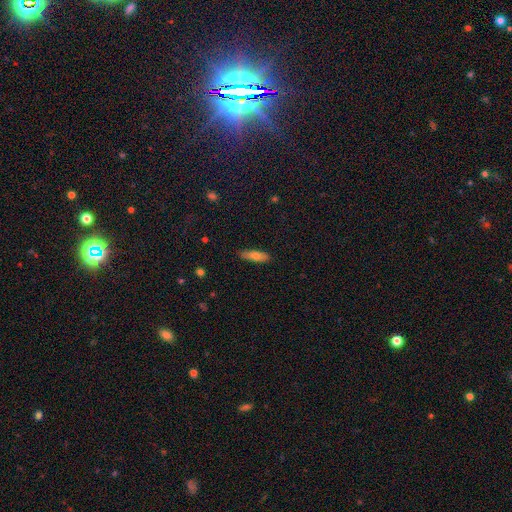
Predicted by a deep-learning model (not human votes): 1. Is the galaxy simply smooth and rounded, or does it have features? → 70% smooth, 22% featured or disk, 7% star or artifact.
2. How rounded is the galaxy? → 56% cigar-shaped, 42% in between, 2% round.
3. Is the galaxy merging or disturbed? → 85% none, 12% minor disturbance, 2% major disturbance, 1% merger.